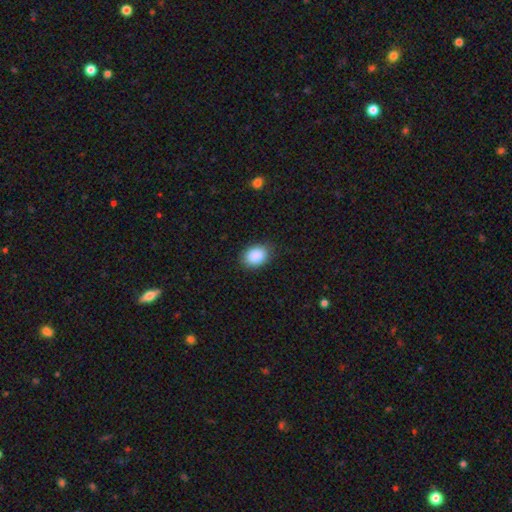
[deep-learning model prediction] This is clearly a smooth galaxy (89%). How rounded: likely in between (70%). Merging: clearly none (84%).